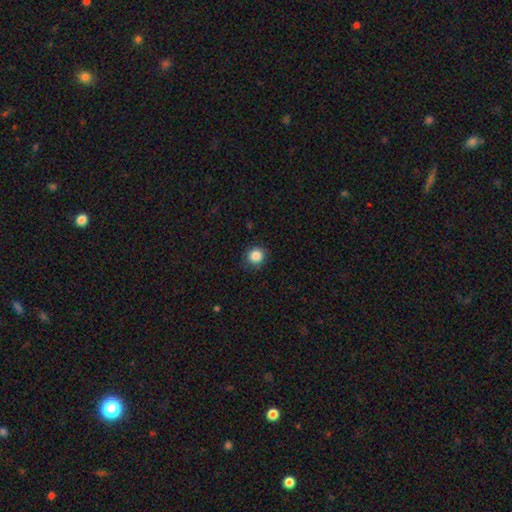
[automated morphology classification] A smooth galaxy with no disk features (86%) that is round (92%).

Vote fractions:
- Smooth or featured? smooth: 86% / star or artifact: 10% / featured or disk: 4%
- How rounded? round: 92% / in between: 7% / cigar-shaped: 1%
- Merging? none: 87% / minor disturbance: 9% / major disturbance: 2% / merger: 1%